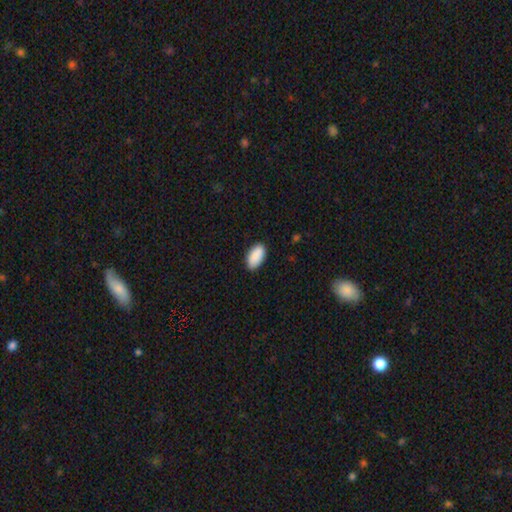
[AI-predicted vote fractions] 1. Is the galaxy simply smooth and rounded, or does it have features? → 90% smooth, 6% star or artifact, 3% featured or disk.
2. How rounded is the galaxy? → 95% in between, 3% round, 3% cigar-shaped.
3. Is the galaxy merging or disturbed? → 87% none, 10% minor disturbance, 2% major disturbance, 1% merger.